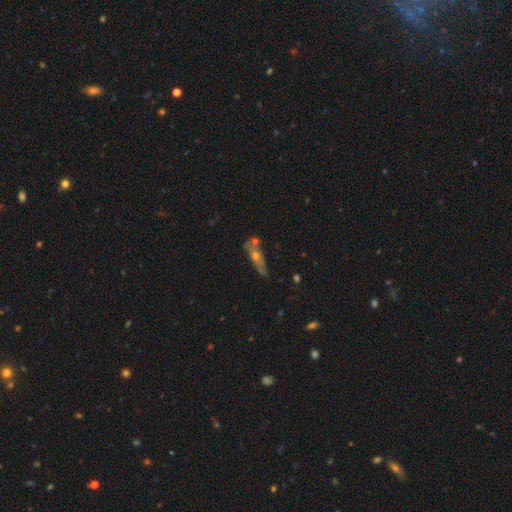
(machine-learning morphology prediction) A featured or disk galaxy (53%) viewed edge-on (55%). Merging: none (51%).